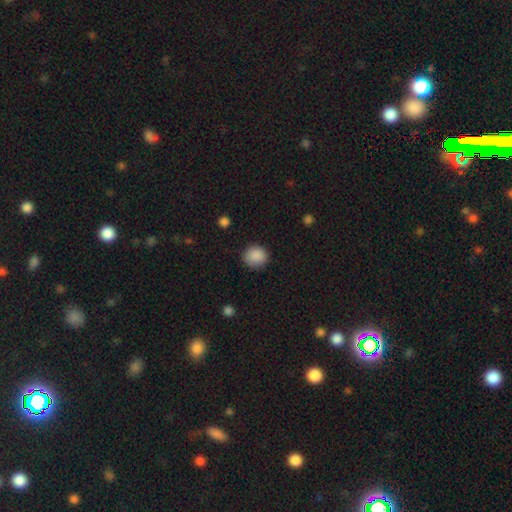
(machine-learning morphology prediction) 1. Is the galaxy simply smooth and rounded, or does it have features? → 89% smooth, 8% star or artifact, 3% featured or disk.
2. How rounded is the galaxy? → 87% round, 12% in between, 1% cigar-shaped.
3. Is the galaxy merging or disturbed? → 85% none, 11% minor disturbance, 3% major disturbance, 1% merger.